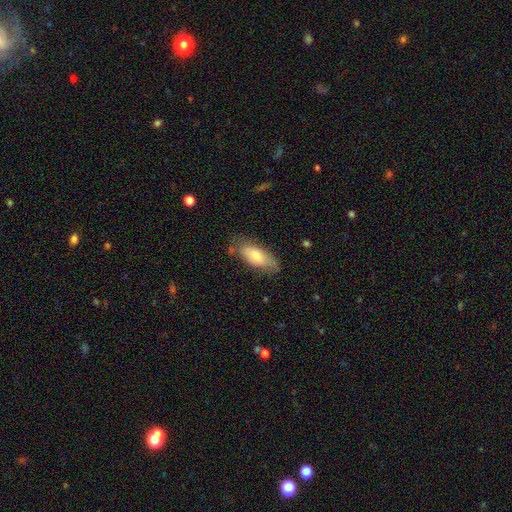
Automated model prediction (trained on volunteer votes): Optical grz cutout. It shows a smooth galaxy with no disk features (74%) that is in between round and cigar-shaped (80%). Merging: none (68%).